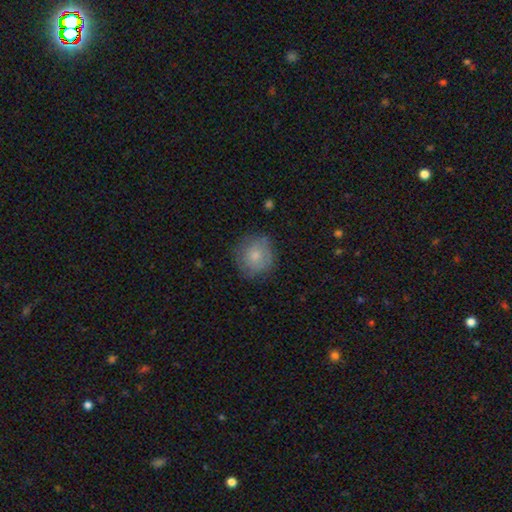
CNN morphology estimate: A smooth galaxy with no disk features (69%) that is round (87%).

Vote fractions:
- Smooth or featured? smooth: 69% / featured or disk: 23% / star or artifact: 8%
- How rounded? round: 87% / in between: 12% / cigar-shaped: 1%
- Merging? none: 73% / minor disturbance: 20% / major disturbance: 6% / merger: 1%